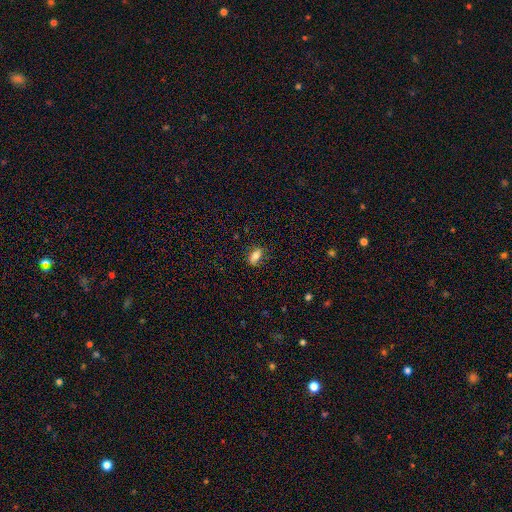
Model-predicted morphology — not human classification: smooth_or_featured: smooth (p=0.78) [alt: featured or disk p=0.13]
how_rounded: in between (p=0.84) [alt: cigar-shaped p=0.09]
merging: none (p=0.82) [alt: minor disturbance p=0.14]